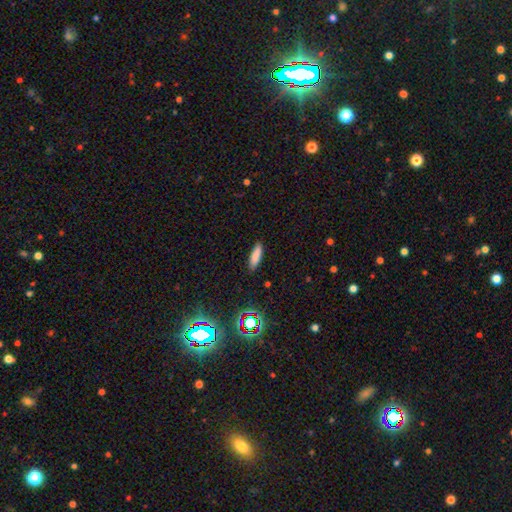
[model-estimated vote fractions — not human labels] smooth 83%, star or artifact 10%, featured or disk 7%. Down the decision tree: how rounded — cigar-shaped (58%); merging — none (88%).